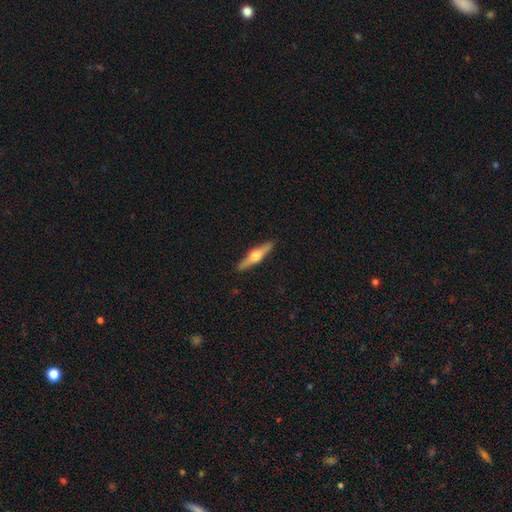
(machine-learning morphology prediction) Smooth or featured? Predicted: featured or disk (p=0.64). Edge-on disk? Predicted: yes (p=0.96). Edge-on bulge? Predicted: rounded (p=0.95). Merging? Predicted: none (p=0.91).